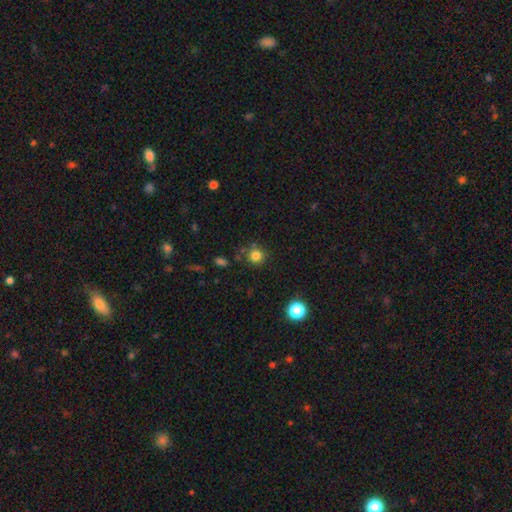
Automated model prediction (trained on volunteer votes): The model was most divided on "smooth or featured": smooth: 80%, star or artifact: 14%, featured or disk: 6%. More confident: how rounded — round (91%); merging — none (79%).